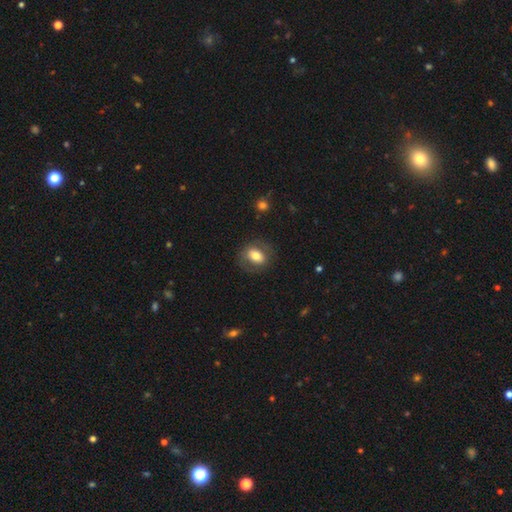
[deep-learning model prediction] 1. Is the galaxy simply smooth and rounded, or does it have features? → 66% smooth, 27% featured or disk, 7% star or artifact.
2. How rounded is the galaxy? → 62% in between, 37% round, 1% cigar-shaped.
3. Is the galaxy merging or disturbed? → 78% none, 13% minor disturbance, 8% major disturbance, 1% merger.